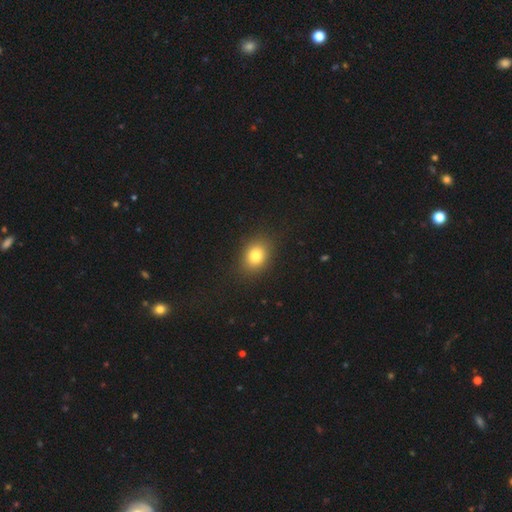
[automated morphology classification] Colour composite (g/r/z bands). It shows a smooth galaxy with no disk features (81%) that is in between round and cigar-shaped (54%). Merging: none (86%).